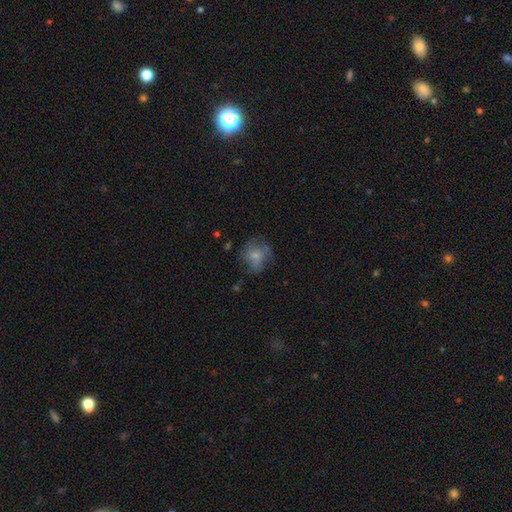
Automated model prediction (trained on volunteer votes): A smooth galaxy with no disk features (63%) that is round (67%). Merging: none (52%).